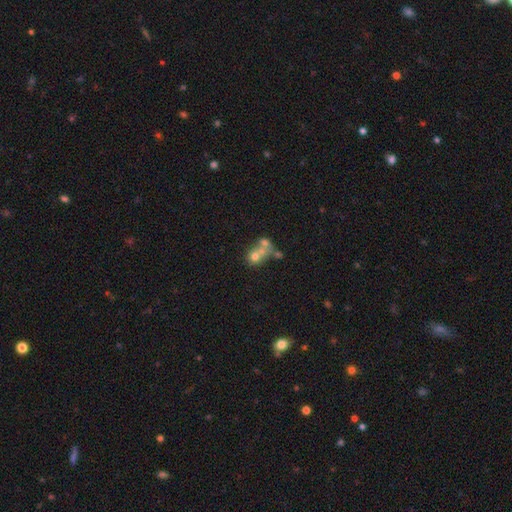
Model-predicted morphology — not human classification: This is possibly a smooth galaxy (56%). How rounded: likely round (67%). Merging: possibly merger (60%).